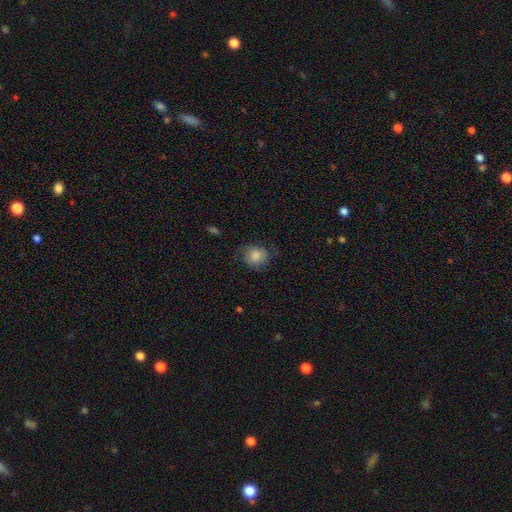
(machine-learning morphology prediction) The model was most divided on "merging": none: 64%, minor disturbance: 25%, major disturbance: 11%, merger: 1%. More confident: smooth or featured — smooth (78%); how rounded — round (71%).